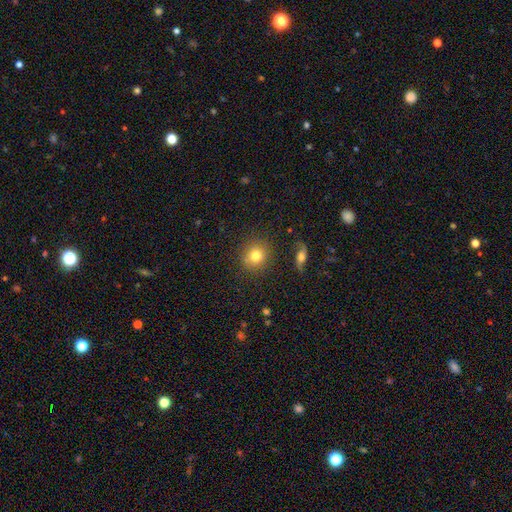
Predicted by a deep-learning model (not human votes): A smooth galaxy with no disk features (79%) that is round (89%). Merging: none (85%).